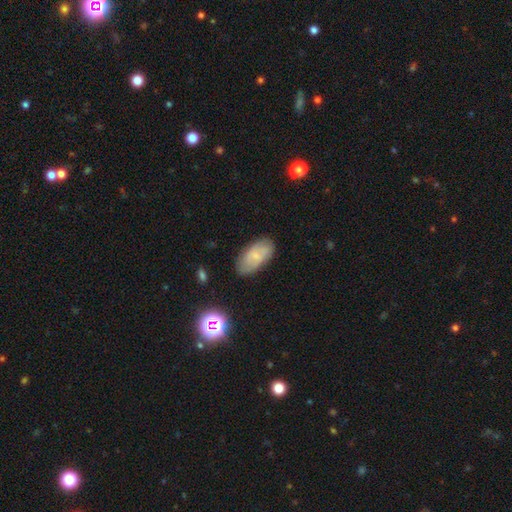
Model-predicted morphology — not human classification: smooth 63%, featured or disk 28%, star or artifact 9%. Down the decision tree: how rounded — in between (93%); merging — none (80%).